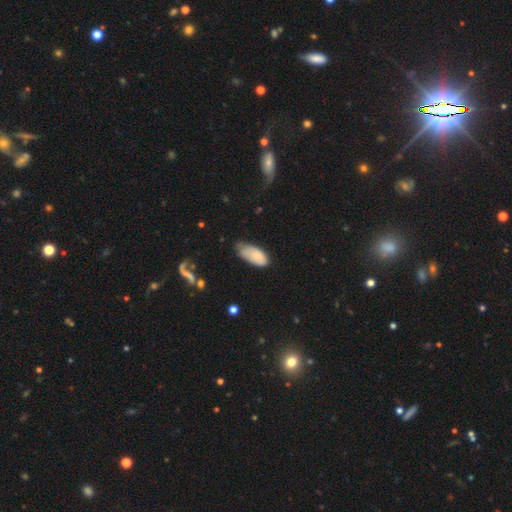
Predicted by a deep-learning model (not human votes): Q: Smooth or featured?
A: smooth (78%); runner-up: featured or disk (15%)
Q: How rounded?
A: in between (92%); runner-up: cigar-shaped (6%)
Q: Merging?
A: minor disturbance (46%); runner-up: none (38%)